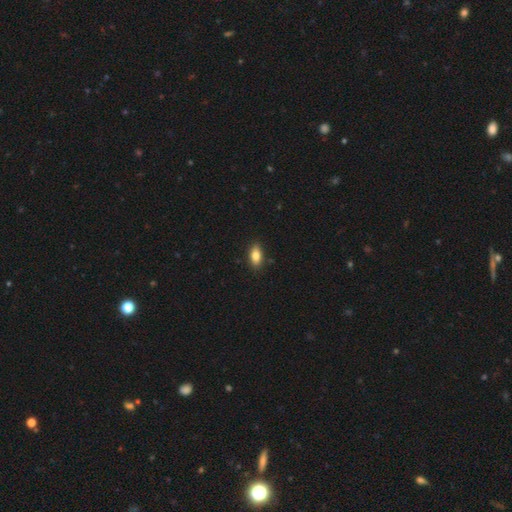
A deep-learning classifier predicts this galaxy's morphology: Smooth or featured? smooth (83%)
How rounded? in between (88%)
Merging? none (86%)